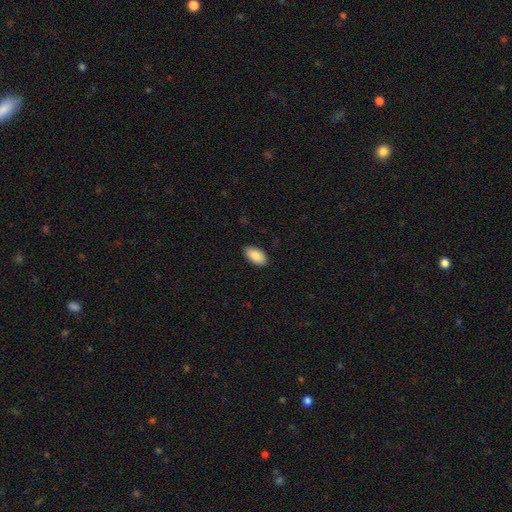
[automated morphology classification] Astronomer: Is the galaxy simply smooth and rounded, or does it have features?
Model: smooth — 89%.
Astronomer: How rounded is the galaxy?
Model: in between — 95%.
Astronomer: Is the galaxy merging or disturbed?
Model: none — 89%.